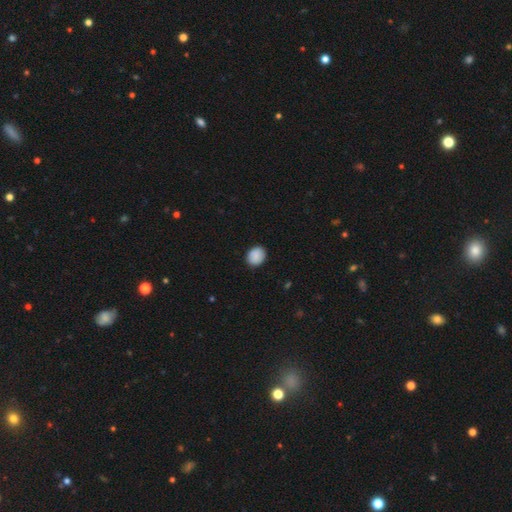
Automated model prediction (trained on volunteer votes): smooth_or_featured: smooth (p=0.88) [alt: star or artifact p=0.07]
how_rounded: round (p=0.60) [alt: in between p=0.39]
merging: none (p=0.87) [alt: minor disturbance p=0.09]